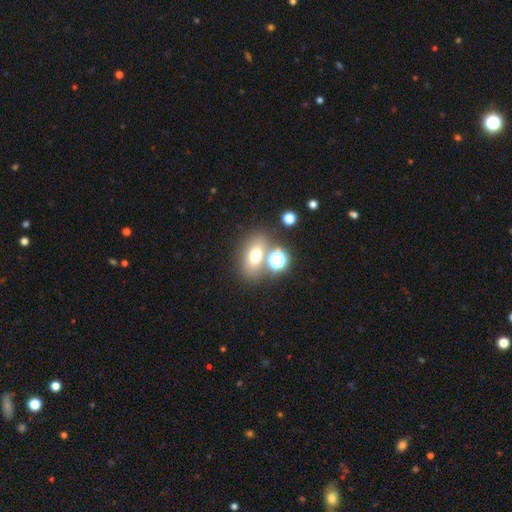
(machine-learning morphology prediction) Overall: smooth (67%). How rounded: in between (71%). Merging: none (62%).